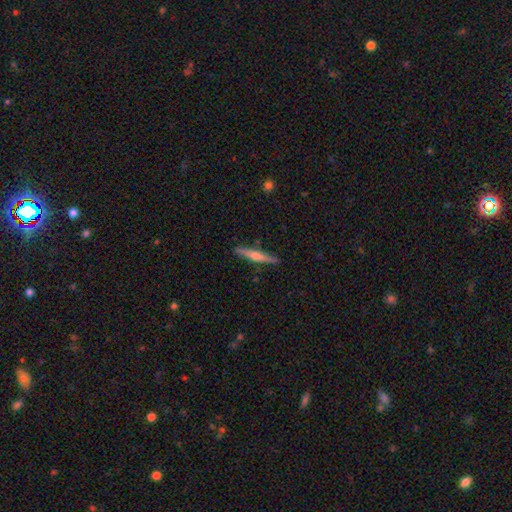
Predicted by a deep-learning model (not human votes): Smooth or featured? featured or disk (65%)
Edge-on disk? yes (98%)
Edge-on bulge? rounded (85%)
Merging? none (90%)